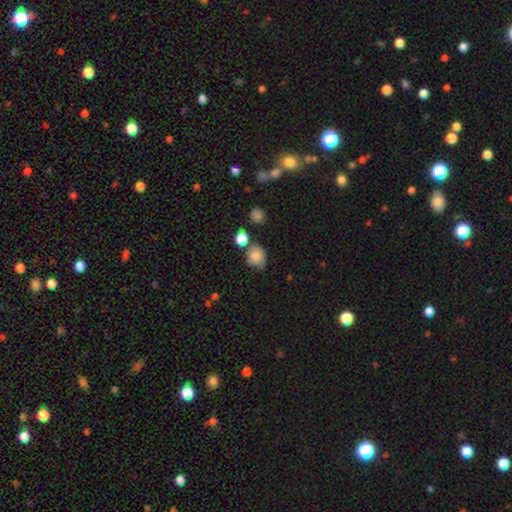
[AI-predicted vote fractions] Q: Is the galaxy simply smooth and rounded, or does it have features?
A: smooth — 80%.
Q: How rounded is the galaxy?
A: round — 68%.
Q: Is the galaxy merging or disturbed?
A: none — 54%.